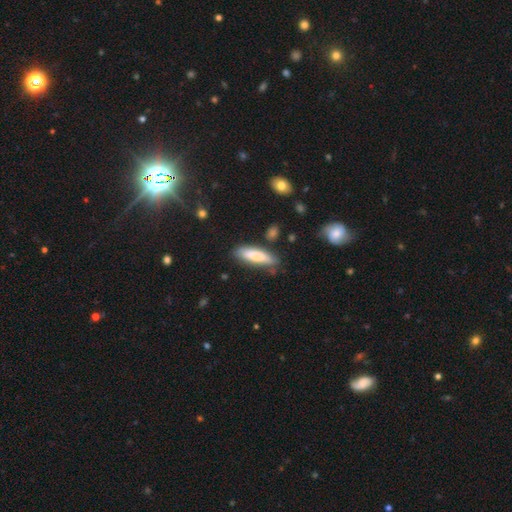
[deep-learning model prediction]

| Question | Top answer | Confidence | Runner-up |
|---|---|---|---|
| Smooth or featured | smooth | 79% | featured or disk (15%) |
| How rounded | cigar-shaped | 61% | in between (37%) |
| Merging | none | 75% | minor disturbance (17%) |